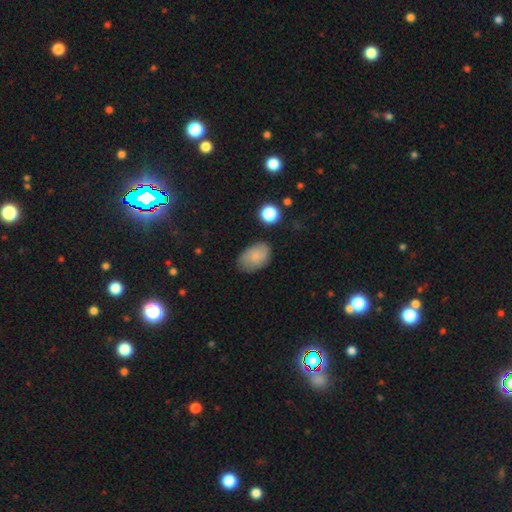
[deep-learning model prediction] The model was most divided on "merging": none: 75%, minor disturbance: 19%, major disturbance: 5%, merger: 2%. More confident: how rounded — in between (87%); smooth or featured — smooth (74%).